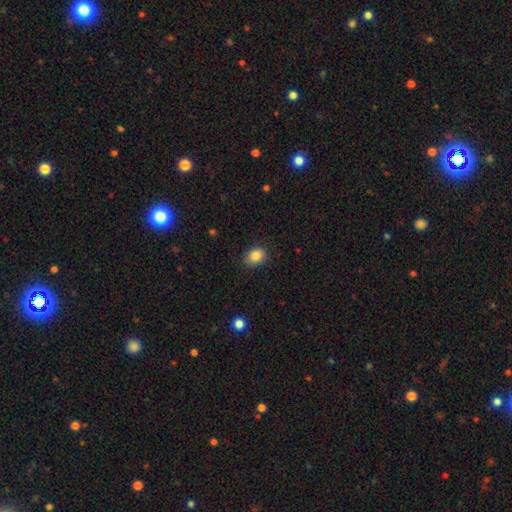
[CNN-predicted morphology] Overall: smooth (86%). How rounded: in between (55%; round 44%). Merging: none (86%).